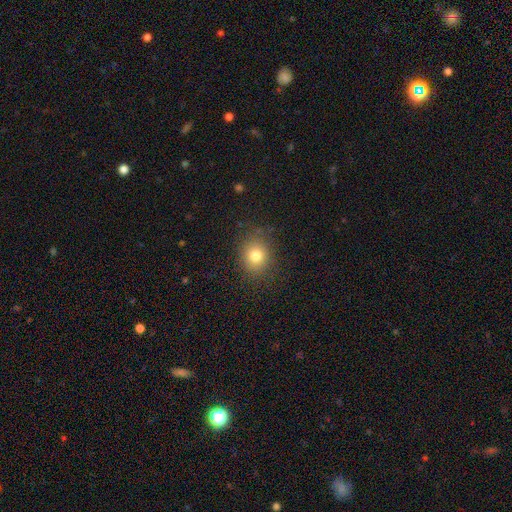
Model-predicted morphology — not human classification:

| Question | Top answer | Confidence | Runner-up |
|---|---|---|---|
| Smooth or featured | smooth | 78% | star or artifact (13%) |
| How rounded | round | 72% | in between (27%) |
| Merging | none | 84% | minor disturbance (11%) |